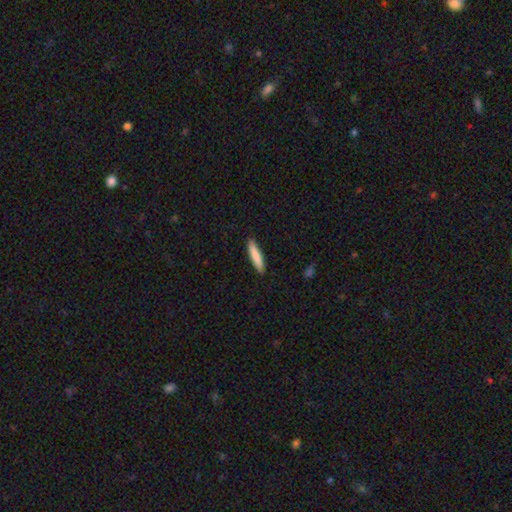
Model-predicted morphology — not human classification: The model was most divided on "smooth or featured": smooth: 84%, featured or disk: 10%, star or artifact: 5%. More confident: merging — none (89%); how rounded — cigar-shaped (86%).